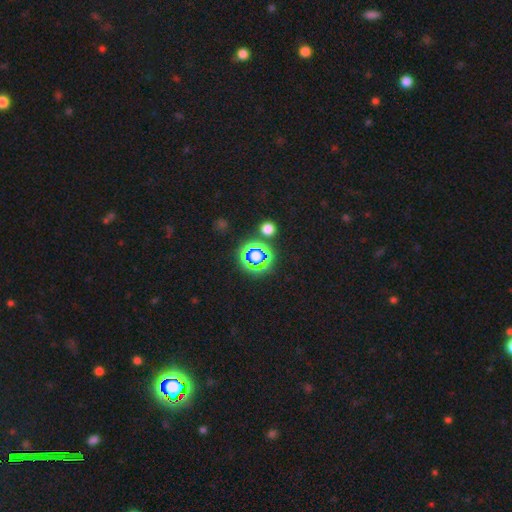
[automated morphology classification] Smooth or featured: star or artifact — 55% (smooth — 34%)